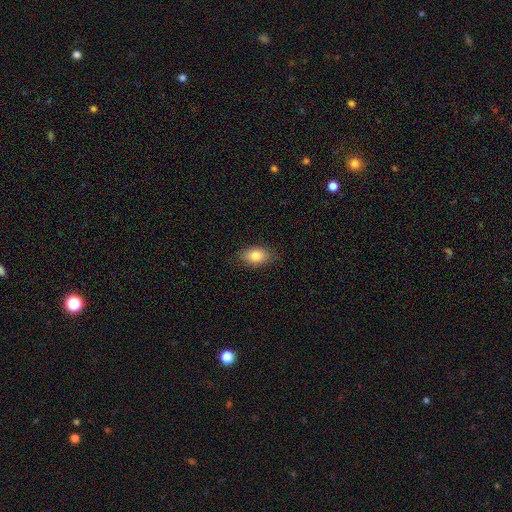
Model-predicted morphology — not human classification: This appears to be a smooth galaxy with no disk features (84%) that is in between round and cigar-shaped (87%). Merging: none (83%).